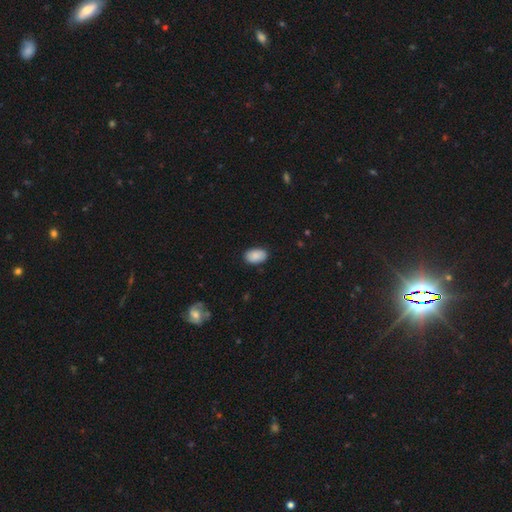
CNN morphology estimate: The model was most divided on "merging": none: 86%, minor disturbance: 11%, major disturbance: 2%, merger: 1%. More confident: how rounded — in between (92%); smooth or featured — smooth (89%).